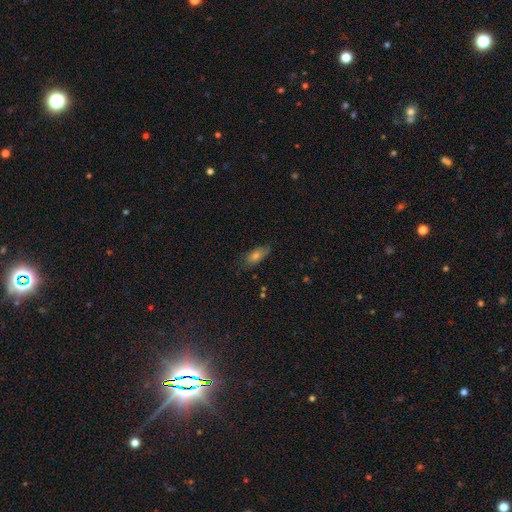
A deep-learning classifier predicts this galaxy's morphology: Smooth or featured: smooth — 60% (featured or disk — 25%)
How rounded: in between — 76% (cigar-shaped — 20%)
Merging: none — 74% (minor disturbance — 20%)